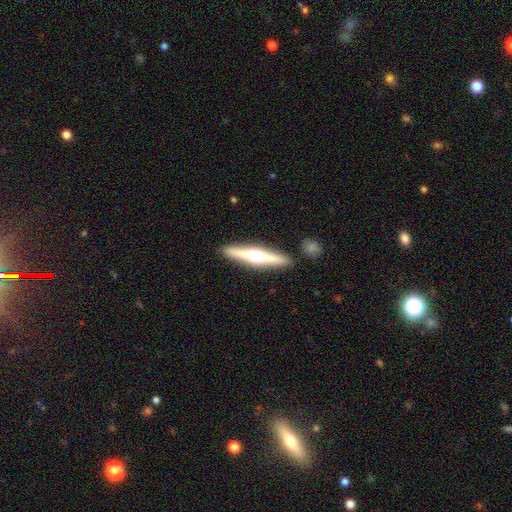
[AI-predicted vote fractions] smooth-or-featured: featured or disk: 68% | smooth: 27% | star or artifact: 5%
  disk-edge-on: yes: 97% | no: 3%
    edge-on-bulge: rounded: 94% | boxy: 3% | none: 3%
  merging: none: 90% | minor disturbance: 6% | merger: 2% | major disturbance: 2%